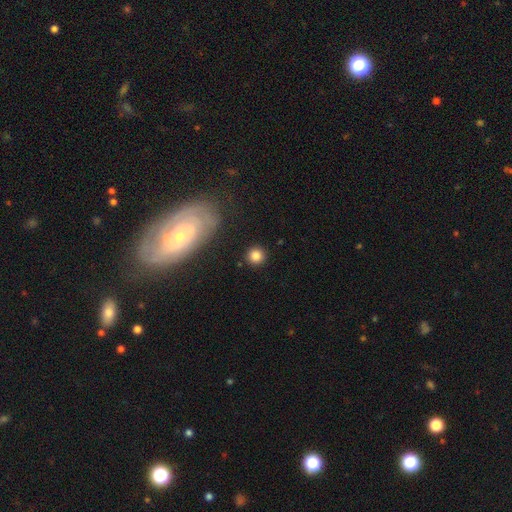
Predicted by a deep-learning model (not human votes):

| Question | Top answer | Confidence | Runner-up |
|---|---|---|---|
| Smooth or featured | smooth | 83% | star or artifact (11%) |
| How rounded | round | 94% | in between (5%) |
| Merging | none | 89% | minor disturbance (6%) |